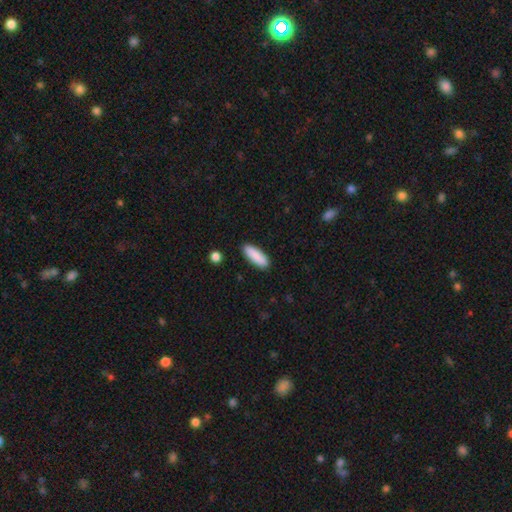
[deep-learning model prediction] Morphology: type=smooth (89%); roundness=in between (52%); merging=none (89%).